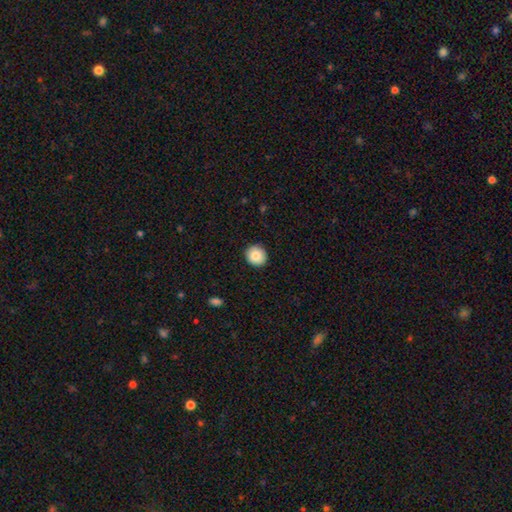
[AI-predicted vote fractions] Overall: smooth (86%). How rounded: round (88%). Merging: none (91%).